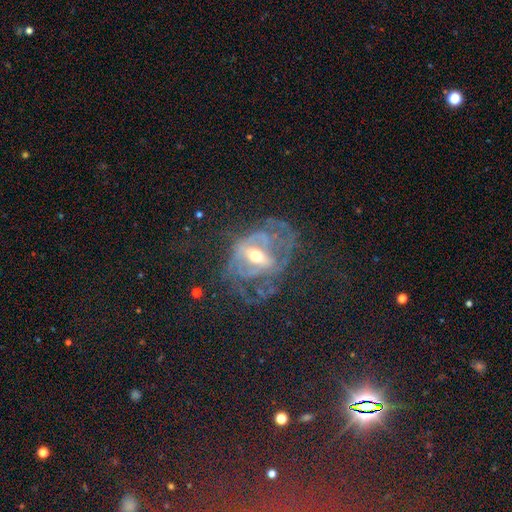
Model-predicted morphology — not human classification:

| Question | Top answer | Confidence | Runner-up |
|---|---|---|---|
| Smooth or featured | featured or disk | 81% | smooth (10%) |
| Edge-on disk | no | 95% | yes (5%) |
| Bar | strong | 39% | weak (37%) |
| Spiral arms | yes | 73% | no (27%) |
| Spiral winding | medium | 40% | tight (32%) |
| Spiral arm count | can't tell | 37% | 2 (36%) |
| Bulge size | moderate | 69% | small (21%) |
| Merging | none | 43% | major disturbance (35%) |